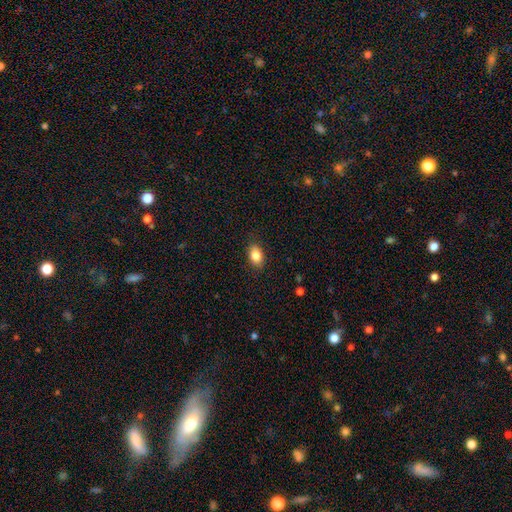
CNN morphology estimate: Smooth or featured?
  - smooth: 84% *
  - star or artifact: 8%
  - featured or disk: 8%
How rounded?
  - in between: 88% *
  - round: 10%
  - cigar-shaped: 2%
Merging?
  - none: 87% *
  - minor disturbance: 9%
  - major disturbance: 2%
  - merger: 1%